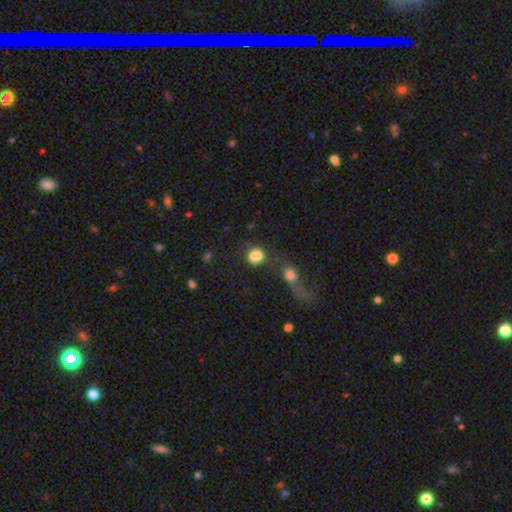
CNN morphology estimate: Smooth or featured? Predicted: smooth (p=0.78). How rounded? Predicted: round (p=0.58). Merging? Predicted: merger (p=0.43).